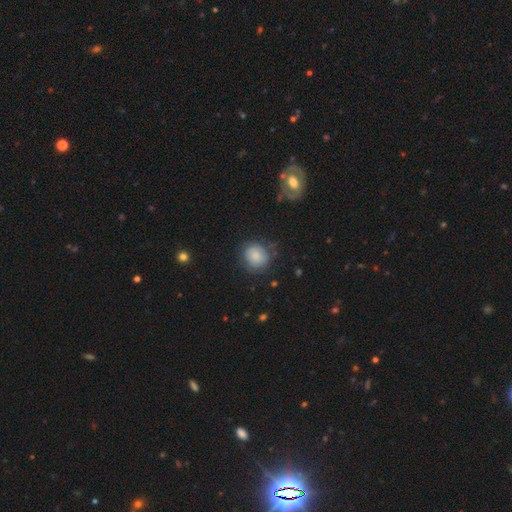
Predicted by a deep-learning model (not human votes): Smooth or featured? smooth (76%)
How rounded? round (80%)
Merging? none (71%)